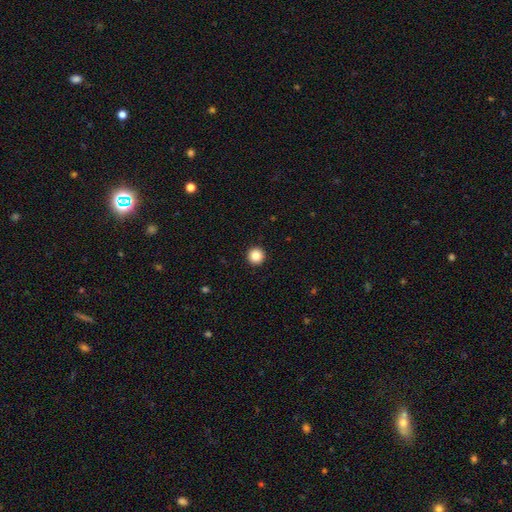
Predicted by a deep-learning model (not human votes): This appears to be a smooth galaxy with no disk features (86%) that is round (96%). Merging: none (94%).